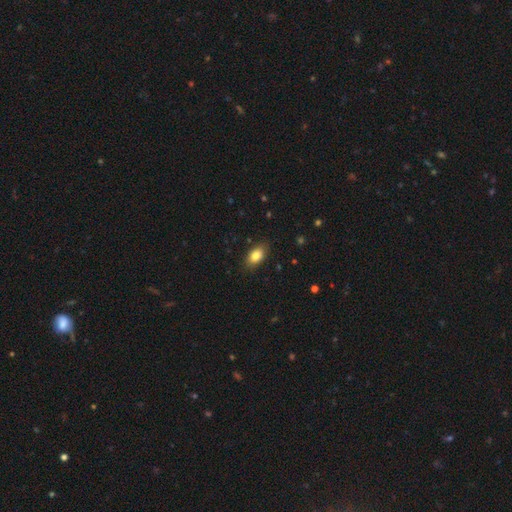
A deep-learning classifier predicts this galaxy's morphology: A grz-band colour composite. It shows a smooth galaxy with no disk features (83%) that is in between round and cigar-shaped (89%). Merging: none (85%).